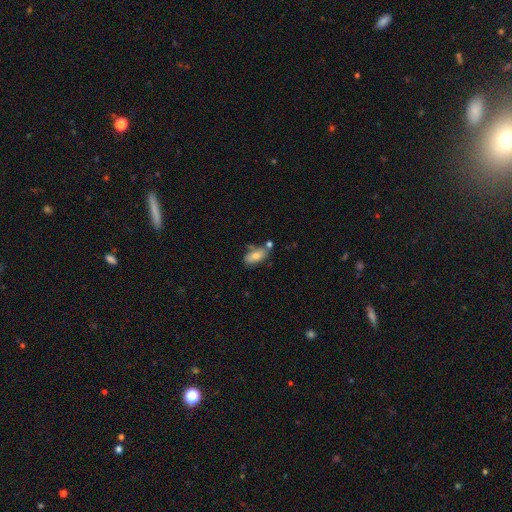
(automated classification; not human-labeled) Q: Smooth or featured?
A: smooth (70%); runner-up: featured or disk (22%)
Q: How rounded?
A: in between (90%); runner-up: cigar-shaped (6%)
Q: Merging?
A: none (50%); runner-up: minor disturbance (22%)